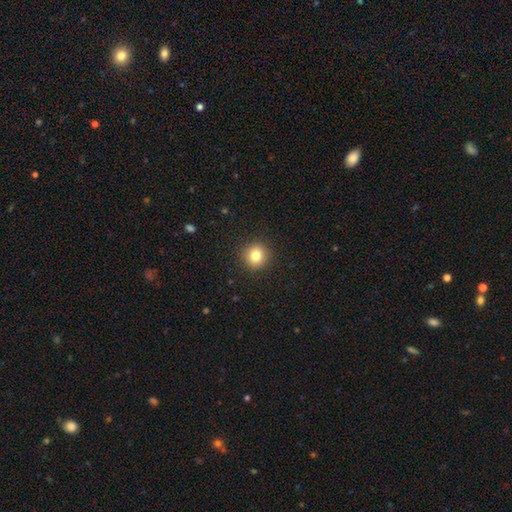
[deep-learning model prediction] smooth_or_featured: smooth (p=0.81) [alt: star or artifact p=0.11]
how_rounded: round (p=0.92) [alt: in between p=0.07]
merging: none (p=0.92) [alt: minor disturbance p=0.05]